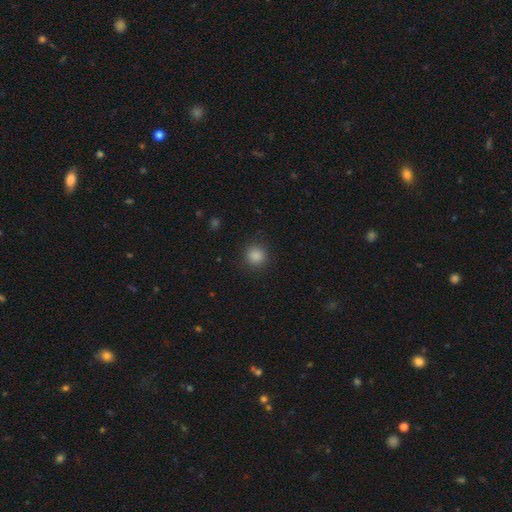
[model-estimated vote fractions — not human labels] A smooth galaxy with no disk features (86%) that is round (91%). Merging: none (89%).